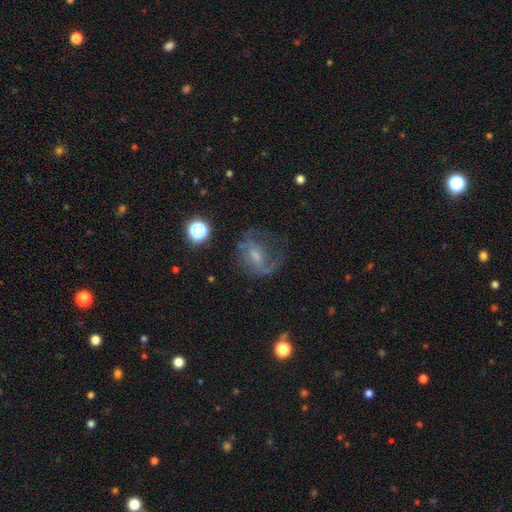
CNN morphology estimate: Smooth or featured?
  - featured or disk: 60% *
  - smooth: 25%
  - star or artifact: 14%
Edge-on disk?
  - no: 96% *
  - yes: 4%
Bar?
  - weak: 46% *
  - no: 40%
  - strong: 14%
Spiral arms?
  - yes: 71% *
  - no: 29%
Bulge size?
  - small: 44% *
  - moderate: 32%
  - none: 19%
  - large: 4%
  - dominant: 1%
Merging?
  - none: 45% *
  - major disturbance: 32%
  - minor disturbance: 21%
  - merger: 3%